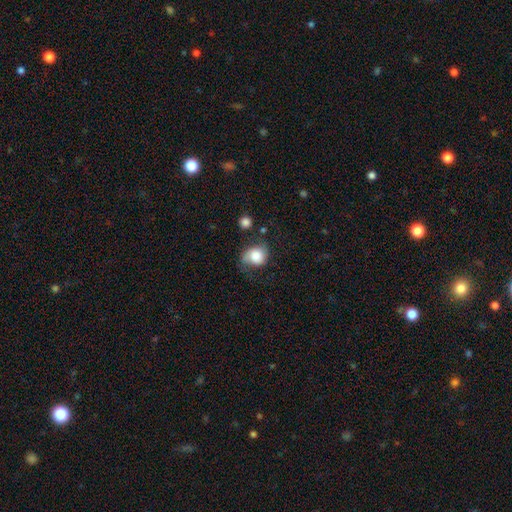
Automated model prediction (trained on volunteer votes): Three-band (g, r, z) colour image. It shows a smooth galaxy with no disk features (73%) that is round (62%). Merging: none (47%).